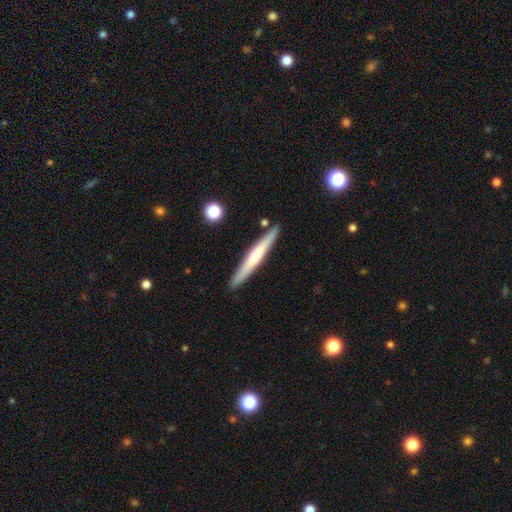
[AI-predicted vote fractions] Q: Smooth or featured?
A: smooth (49%); runner-up: featured or disk (46%)
Q: Merging?
A: none (88%); runner-up: minor disturbance (8%)